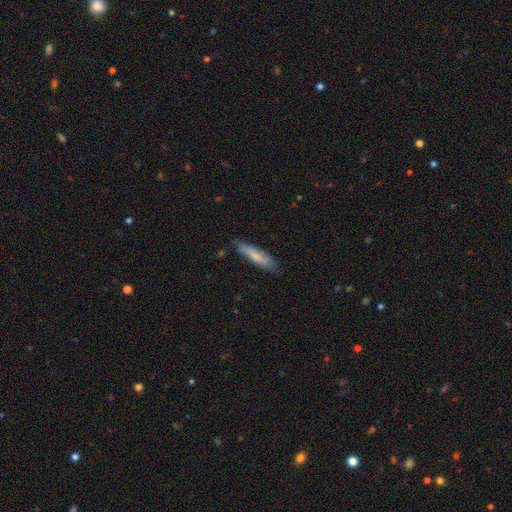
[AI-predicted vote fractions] Morphology: type=smooth (71%); roundness=cigar-shaped (78%); merging=none (75%).